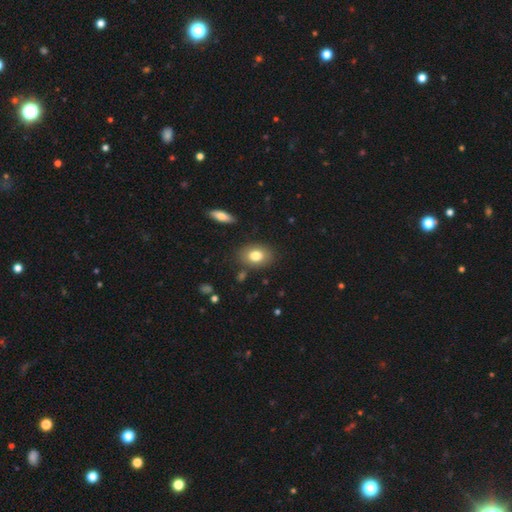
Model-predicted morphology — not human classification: A smooth galaxy with no disk features (80%) that is in between round and cigar-shaped (74%). Merging: none (82%).